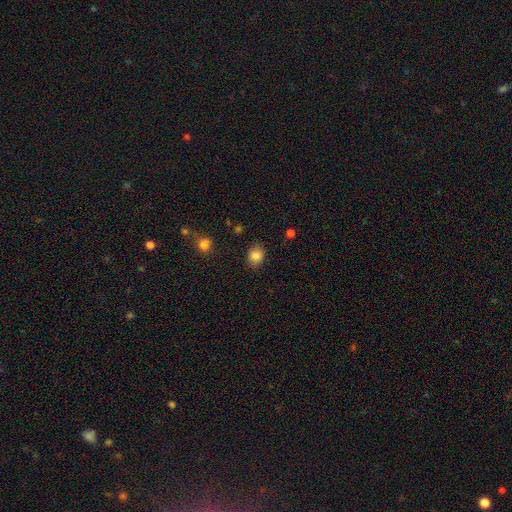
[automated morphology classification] Overall: smooth (85%). How rounded: round (58%; in between 41%). Merging: none (84%).